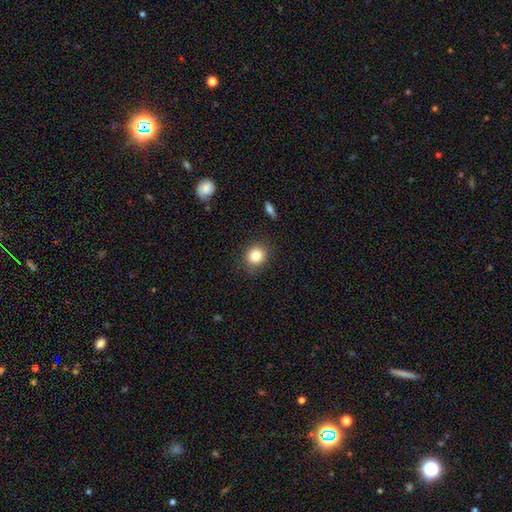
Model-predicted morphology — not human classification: A smooth galaxy with no disk features (82%) that is round (84%). Merging: none (87%).